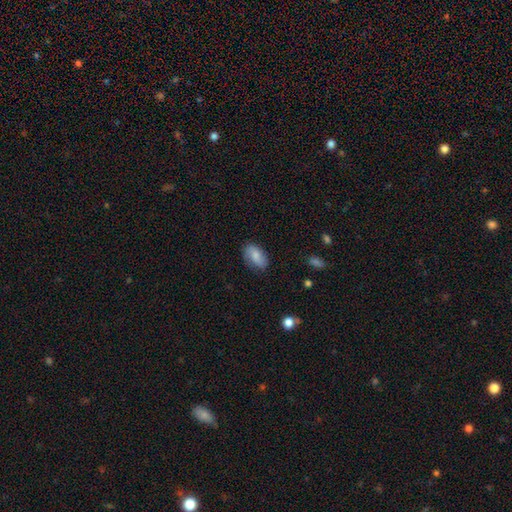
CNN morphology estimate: Overall: smooth (75%). How rounded: in between (92%). Merging: none (77%).